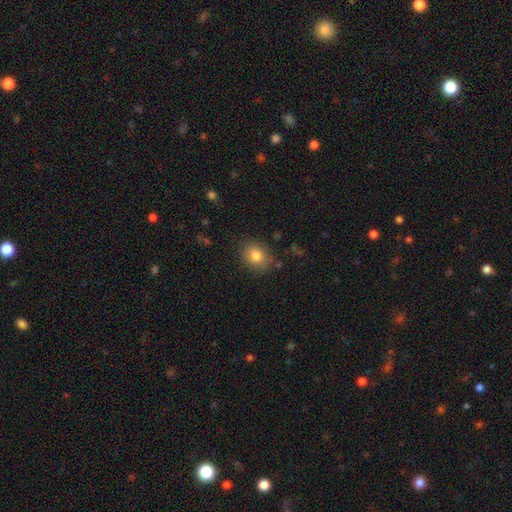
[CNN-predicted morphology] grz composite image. It shows a smooth galaxy with no disk features (82%) that is round (52%). Merging: none (82%).